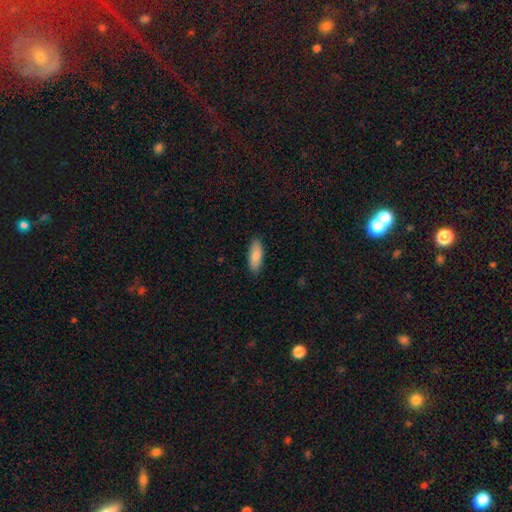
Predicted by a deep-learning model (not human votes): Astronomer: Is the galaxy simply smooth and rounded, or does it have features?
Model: smooth — 86%.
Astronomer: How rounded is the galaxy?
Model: in between — 67%.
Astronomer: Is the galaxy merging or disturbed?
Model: none — 87%.